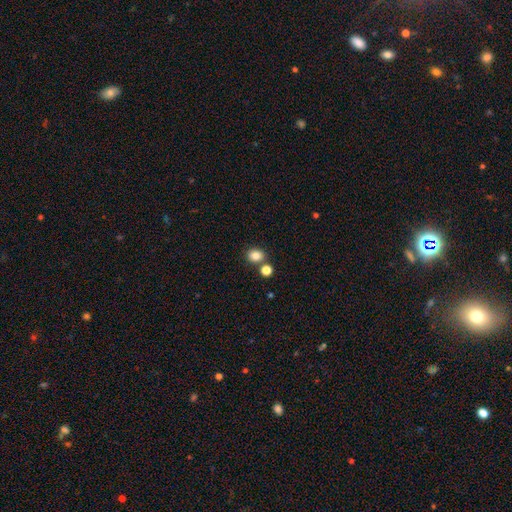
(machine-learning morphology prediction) smooth-or-featured: smooth: 83% | star or artifact: 12% | featured or disk: 6%
  how-rounded: round: 60% | in between: 40% | cigar-shaped: 1%
  merging: none: 72% | merger: 16% | minor disturbance: 9% | major disturbance: 3%